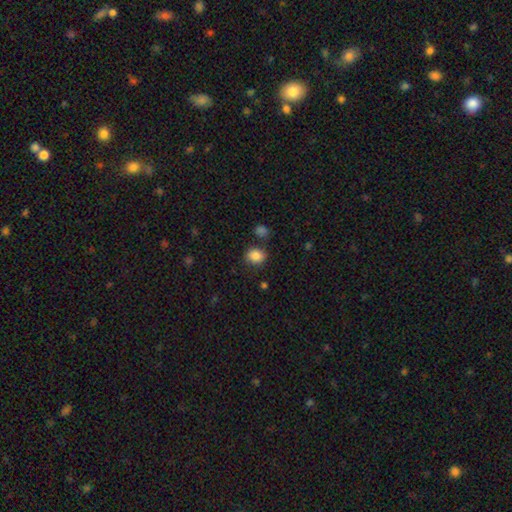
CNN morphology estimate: smooth_or_featured: smooth (p=0.84) [alt: star or artifact p=0.10]
how_rounded: round (p=0.57) [alt: in between p=0.43]
merging: none (p=0.77) [alt: minor disturbance p=0.14]